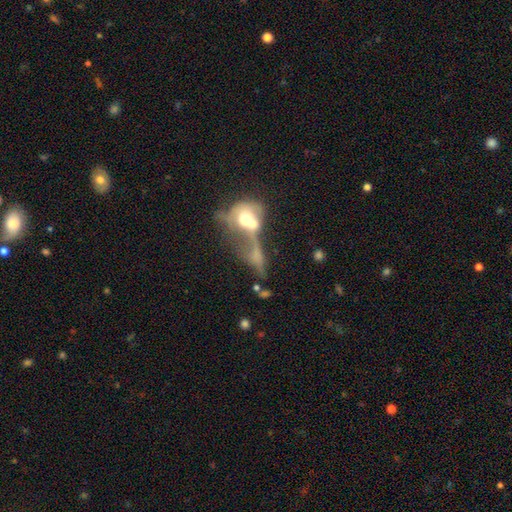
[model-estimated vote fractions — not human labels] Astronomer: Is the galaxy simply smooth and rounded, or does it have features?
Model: featured or disk — 44% (runner-up: smooth, 42%).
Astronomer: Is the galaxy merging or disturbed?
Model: merger — 61%.